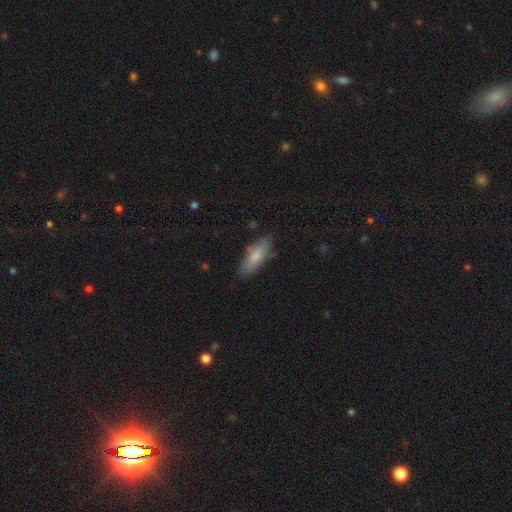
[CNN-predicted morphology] Smooth or featured? Predicted: smooth (p=0.74). How rounded? Predicted: in between (p=0.63). Merging? Predicted: none (p=0.75).